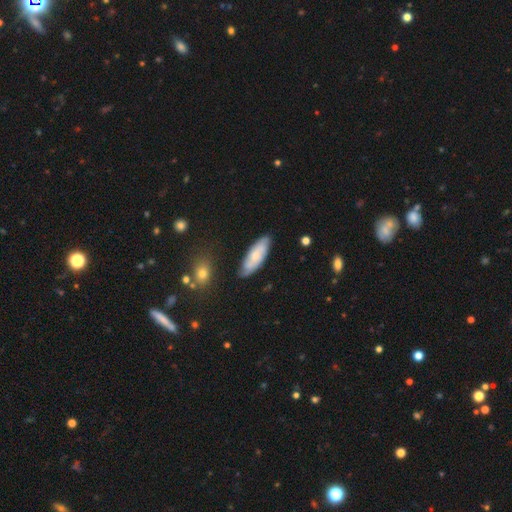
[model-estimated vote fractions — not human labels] A smooth galaxy with no disk features (48%). Merging: none (78%).